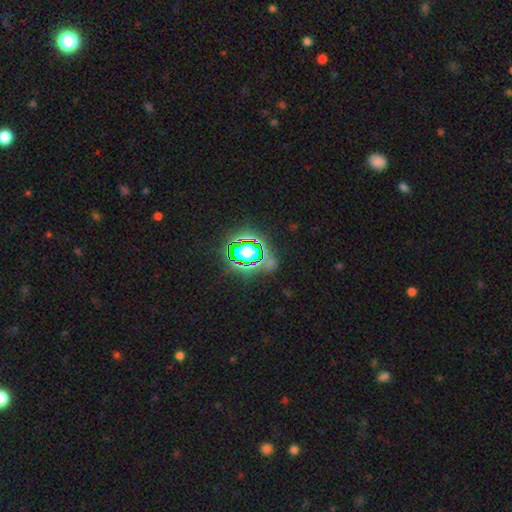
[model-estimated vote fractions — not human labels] Smooth or featured: star or artifact — 77% (smooth — 14%)